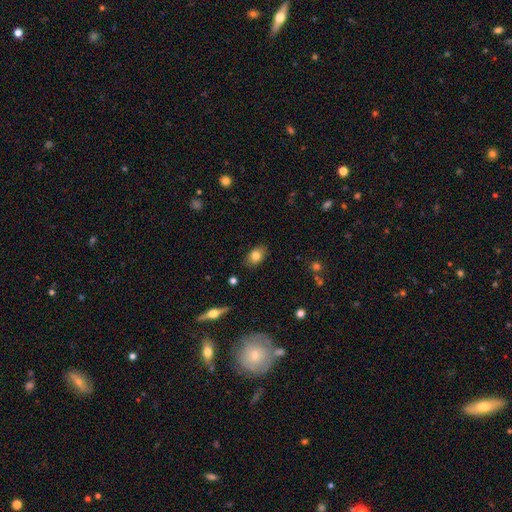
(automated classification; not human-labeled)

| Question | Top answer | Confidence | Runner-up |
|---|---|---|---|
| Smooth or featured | smooth | 80% | featured or disk (12%) |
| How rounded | in between | 82% | round (16%) |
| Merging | none | 85% | minor disturbance (12%) |